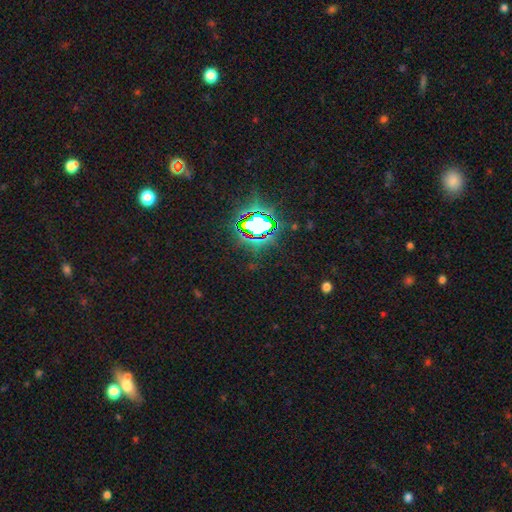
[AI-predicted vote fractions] smooth-or-featured: star or artifact: 82% | smooth: 10% | featured or disk: 7%